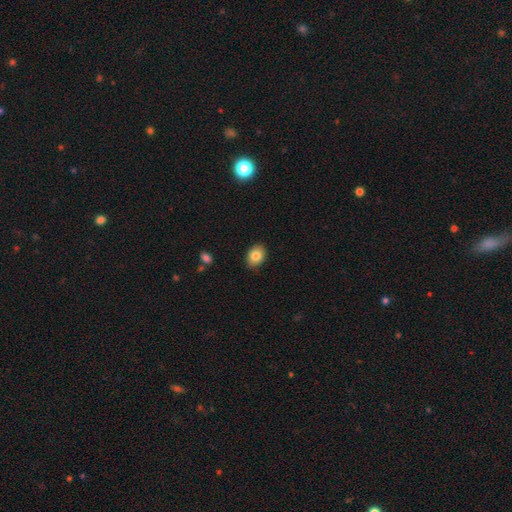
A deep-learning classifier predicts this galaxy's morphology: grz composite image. It shows a smooth galaxy with no disk features (84%) that is in between round and cigar-shaped (71%). Merging: none (88%).